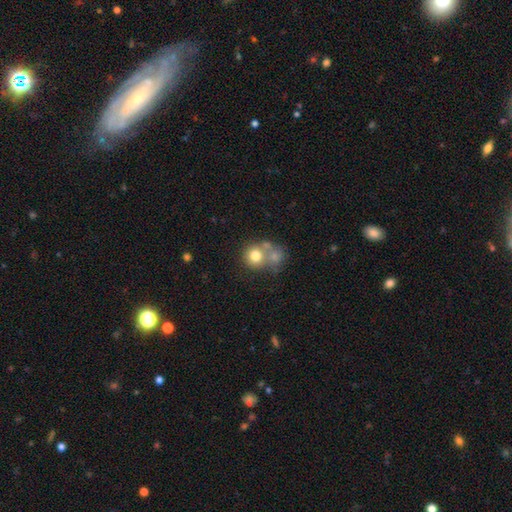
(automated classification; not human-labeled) The model was most divided on "merging": merger: 45%, none: 38%, minor disturbance: 10%, major disturbance: 7%. More confident: how rounded — round (81%); smooth or featured — smooth (73%).